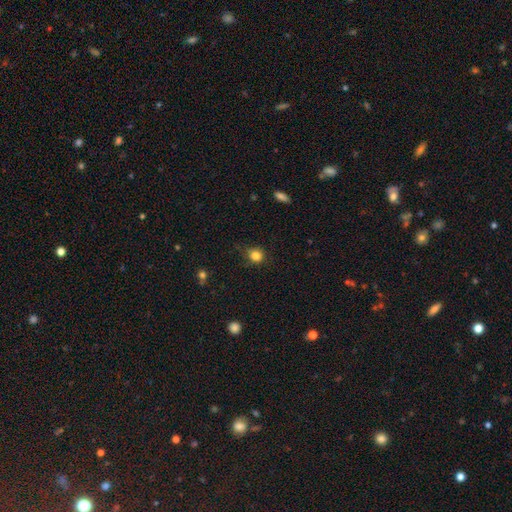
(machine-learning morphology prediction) The model was most divided on "merging": none: 73%, minor disturbance: 21%, major disturbance: 5%, merger: 2%. More confident: how rounded — round (84%); smooth or featured — smooth (84%).